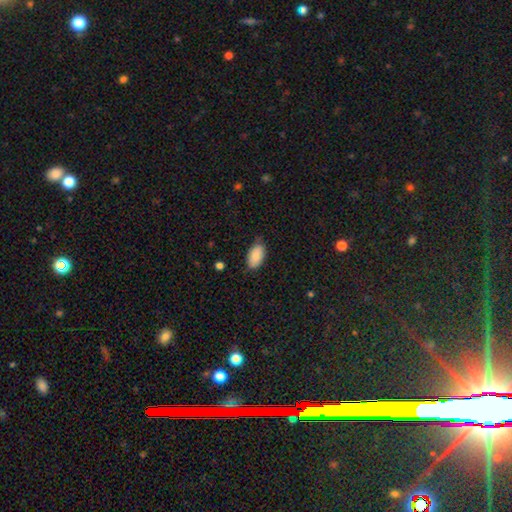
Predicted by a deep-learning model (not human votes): A smooth galaxy with no disk features (87%) that is in between round and cigar-shaped (94%).

Vote fractions:
- Smooth or featured? smooth: 87% / star or artifact: 7% / featured or disk: 6%
- How rounded? in between: 94% / round: 3% / cigar-shaped: 2%
- Merging? none: 77% / minor disturbance: 18% / major disturbance: 3% / merger: 1%